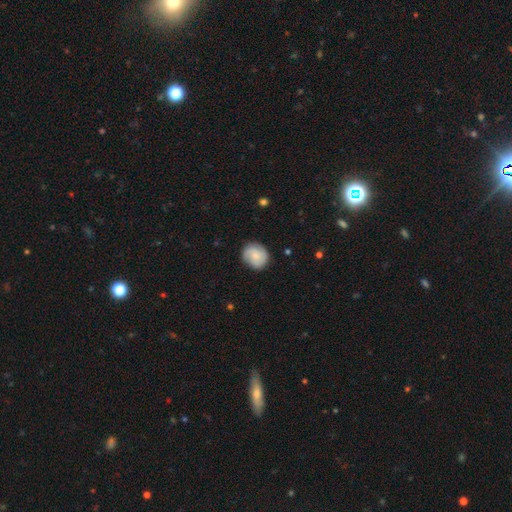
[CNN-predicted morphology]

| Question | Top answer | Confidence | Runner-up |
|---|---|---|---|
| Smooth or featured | smooth | 61% | featured or disk (32%) |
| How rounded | round | 82% | in between (17%) |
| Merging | none | 80% | minor disturbance (15%) |